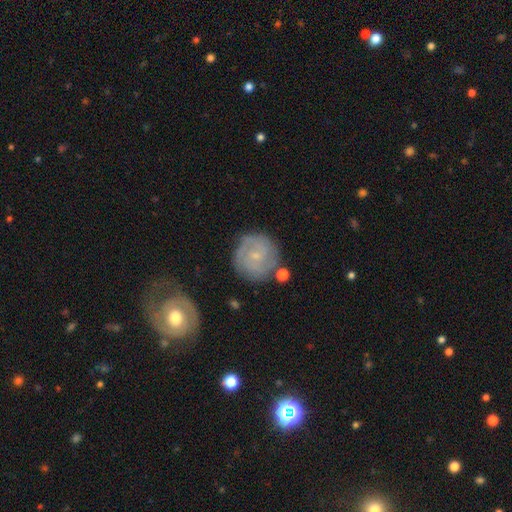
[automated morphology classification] Smooth or featured? featured or disk (68%)
Edge-on disk? no (98%)
Bar? no (70%)
Spiral arms? yes (90%)
Spiral winding? tight (67%)
Spiral arm count? can't tell (32%)
Bulge size? small (81%)
Merging? none (75%)